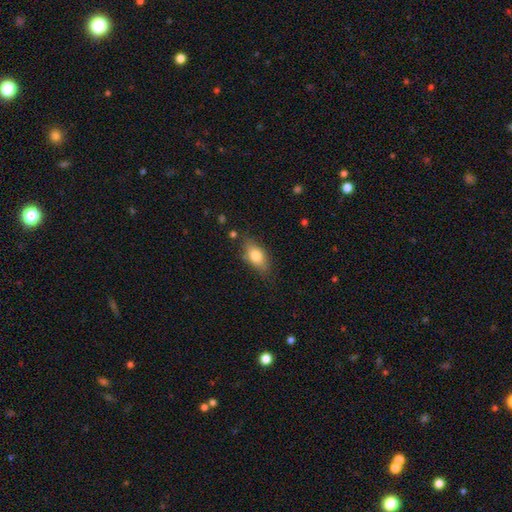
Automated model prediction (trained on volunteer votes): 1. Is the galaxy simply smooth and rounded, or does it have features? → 74% smooth, 19% featured or disk, 8% star or artifact.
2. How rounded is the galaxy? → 82% in between, 11% cigar-shaped, 7% round.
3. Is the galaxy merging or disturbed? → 76% none, 17% minor disturbance, 4% major disturbance, 2% merger.